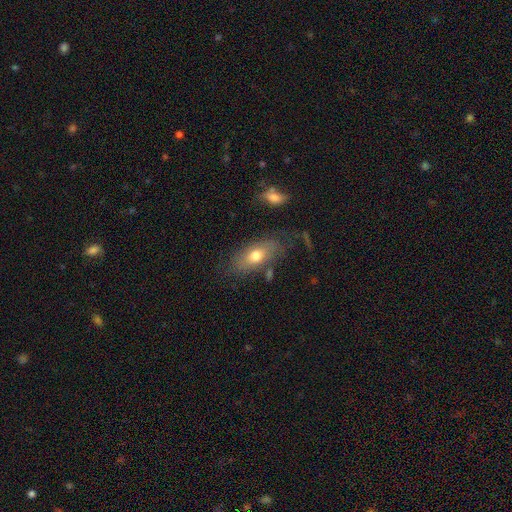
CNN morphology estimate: smooth-or-featured: smooth: 65% | featured or disk: 27% | star or artifact: 8%
  how-rounded: in between: 86% | cigar-shaped: 8% | round: 6%
  merging: none: 68% | minor disturbance: 18% | major disturbance: 8% | merger: 5%